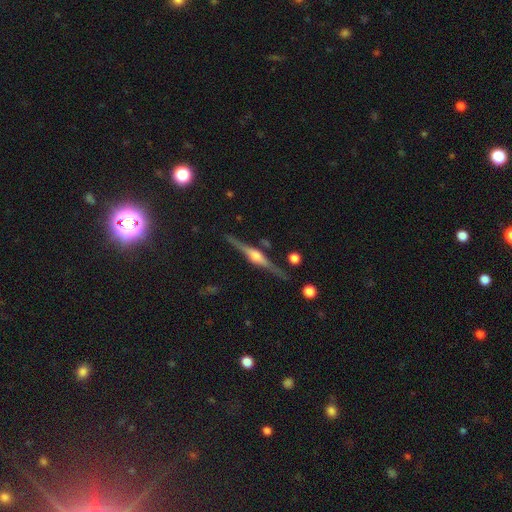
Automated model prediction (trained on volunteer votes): A featured or disk galaxy (85%) viewed edge-on (98%) with a rounded central bulge (86%).

Vote fractions:
- Smooth or featured? featured or disk: 85% / smooth: 9% / star or artifact: 6%
- Edge-on disk? yes: 98% / no: 2%
- Edge-on bulge? rounded: 86% / boxy: 11% / none: 3%
- Merging? none: 88% / minor disturbance: 8% / merger: 2% / major disturbance: 2%